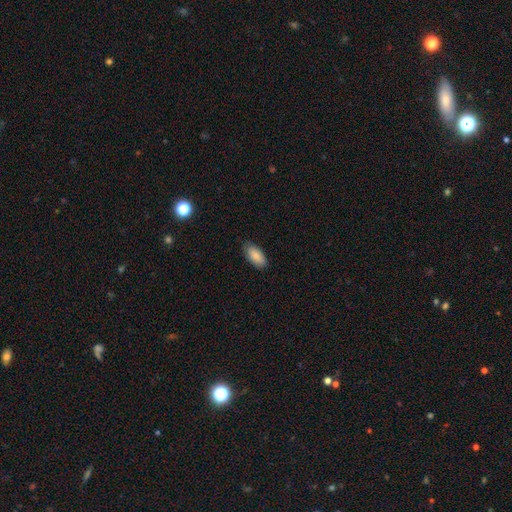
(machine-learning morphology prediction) Smooth or featured? Predicted: smooth (p=0.88). How rounded? Predicted: in between (p=0.91). Merging? Predicted: none (p=0.83).